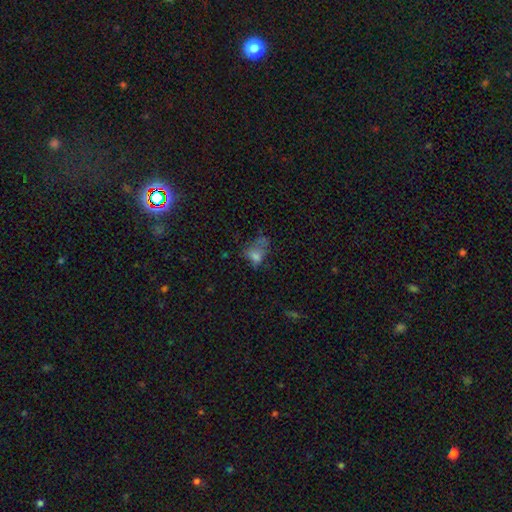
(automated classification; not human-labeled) Overall: smooth (60%; featured or disk 22%). How rounded: in between (73%). Merging: major disturbance (41%; none 28%).